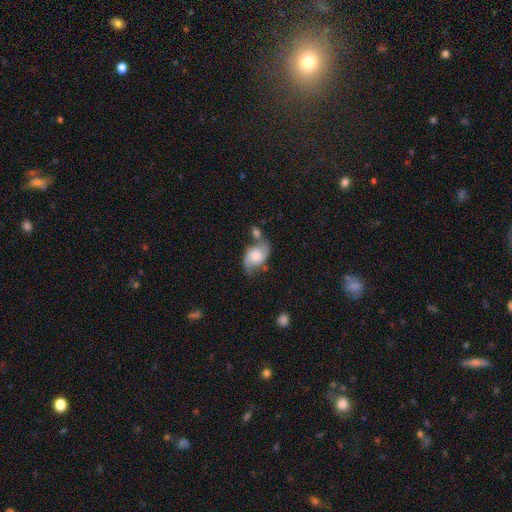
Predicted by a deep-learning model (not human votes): A featured or disk galaxy (64%) with no bar (68%), 2 (89%) medium (43%) spiral arms (89%) and a moderate central bulge (44%).

Vote fractions:
- Smooth or featured? featured or disk: 64% / smooth: 29% / star or artifact: 7%
- Edge-on disk? no: 97% / yes: 3%
- Bar? no: 68% / weak: 27% / strong: 5%
- Spiral arms? yes: 89% / no: 11%
- Spiral winding? medium: 43% / loose: 41% / tight: 16%
- Spiral arm count? 2: 89% / can't tell: 5% / 1: 2% / 3: 1% / 4: 1% / more than 4: 1%
- Bulge size? moderate: 44% / small: 34% / large: 13% / none: 7% / dominant: 3%
- Merging? none: 44% / merger: 24% / minor disturbance: 21% / major disturbance: 10%